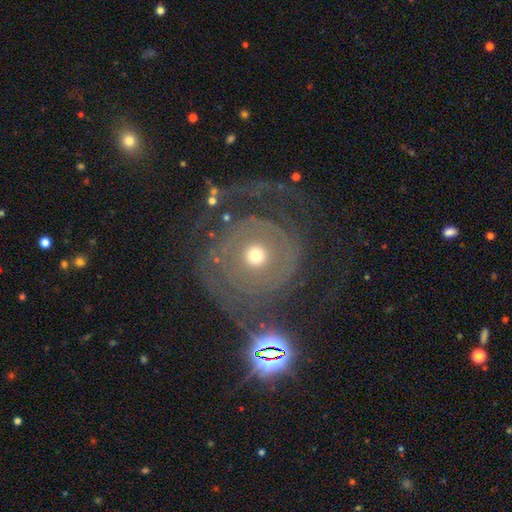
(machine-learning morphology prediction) The model was most divided on "bulge size": moderate: 48%, small: 42%, large: 6%, dominant: 2%, none: 2%. More confident: edge-on disk — no (96%); bar — no (88%); smooth or featured — featured or disk (69%); spiral arms — yes (62%); merging — none (62%).